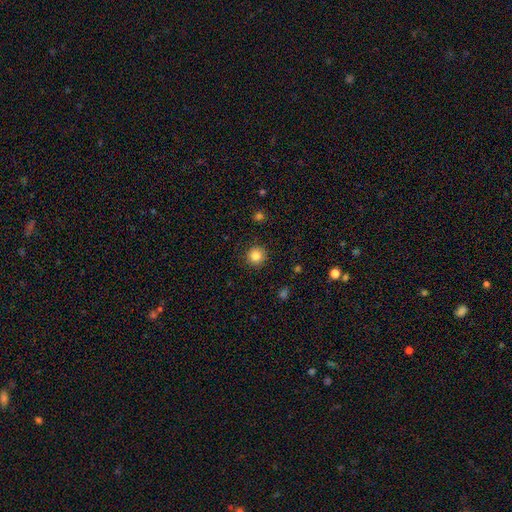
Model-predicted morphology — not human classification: Smooth or featured? Predicted: smooth (p=0.85). How rounded? Predicted: round (p=0.95). Merging? Predicted: none (p=0.91).